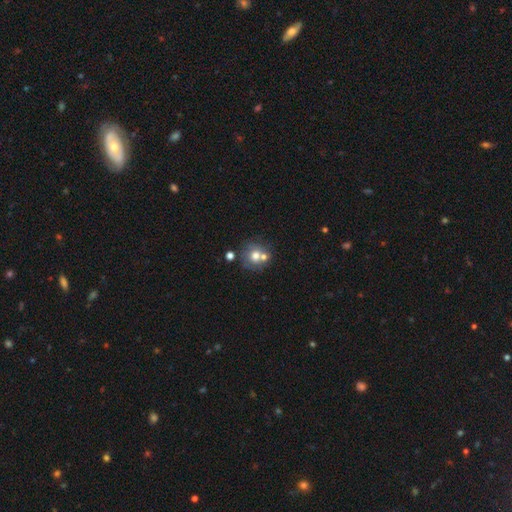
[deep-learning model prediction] Smooth or featured: smooth — 65% (featured or disk — 23%)
How rounded: round — 83% (in between — 16%)
Merging: none — 51% (merger — 31%)